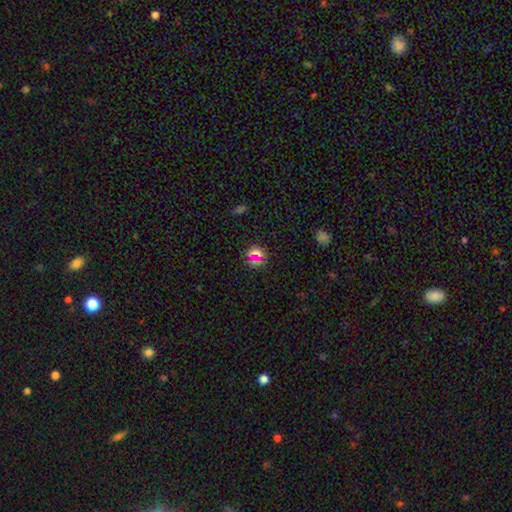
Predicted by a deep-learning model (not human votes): Smooth or featured? Predicted: smooth (p=0.59). How rounded? Predicted: round (p=0.86). Merging? Predicted: none (p=0.83).